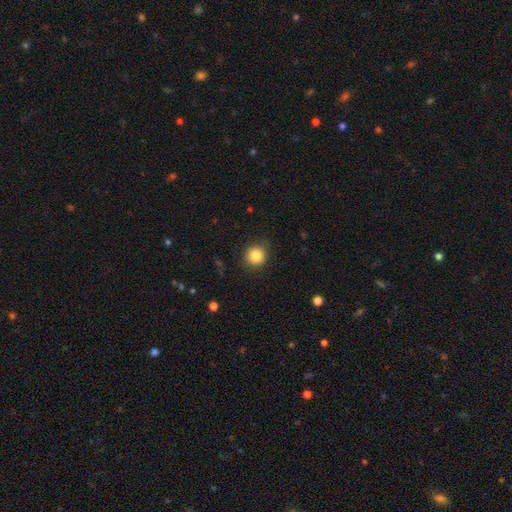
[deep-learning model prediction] Smooth or featured: smooth — 85% (star or artifact — 10%)
How rounded: round — 89% (in between — 10%)
Merging: none — 86% (minor disturbance — 10%)